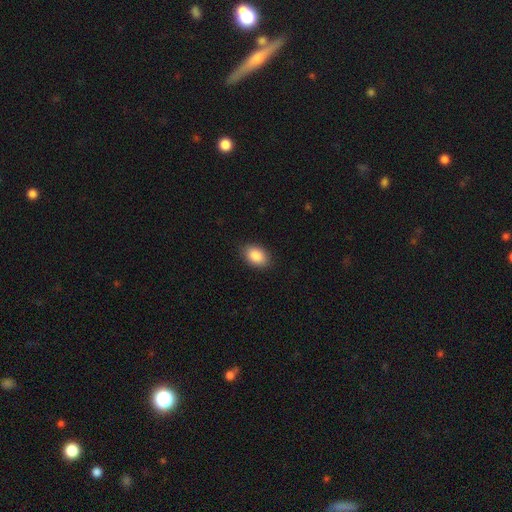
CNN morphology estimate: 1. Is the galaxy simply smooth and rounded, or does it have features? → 89% smooth, 7% star or artifact, 4% featured or disk.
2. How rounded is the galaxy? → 87% in between, 12% round, 1% cigar-shaped.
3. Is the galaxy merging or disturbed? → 87% none, 10% minor disturbance, 2% major disturbance, 1% merger.